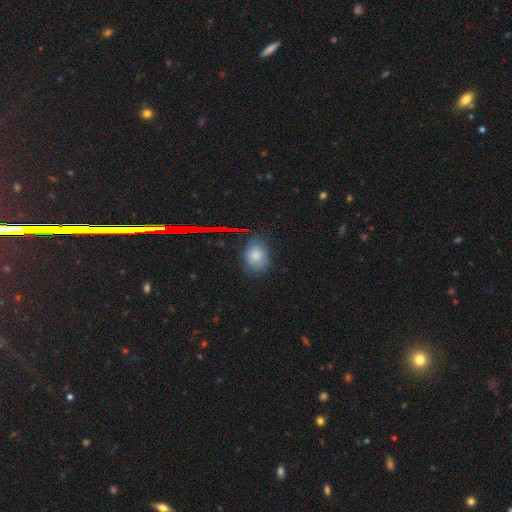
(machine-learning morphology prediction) Smooth or featured? smooth (71%)
How rounded? in between (60%)
Merging? none (67%)